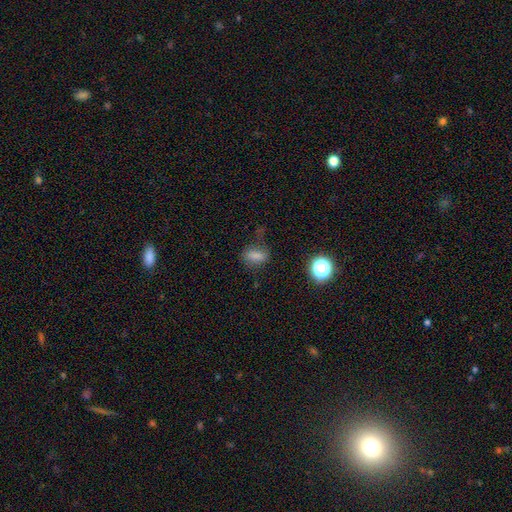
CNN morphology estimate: Smooth or featured? smooth (75%)
How rounded? in between (80%)
Merging? none (62%)